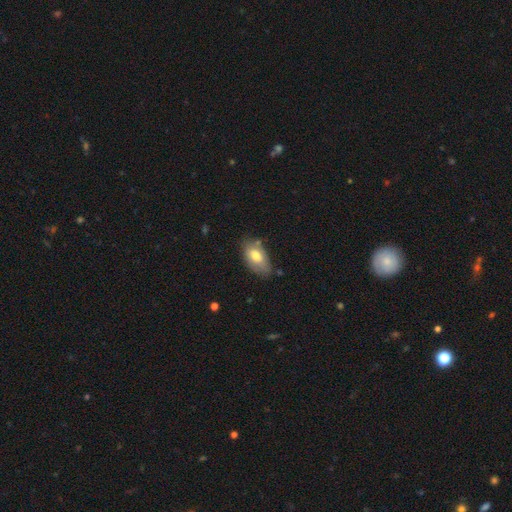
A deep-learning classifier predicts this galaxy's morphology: The model was most divided on "merging": none: 65%, minor disturbance: 24%, major disturbance: 5%, merger: 5%. More confident: how rounded — in between (93%); smooth or featured — smooth (72%).